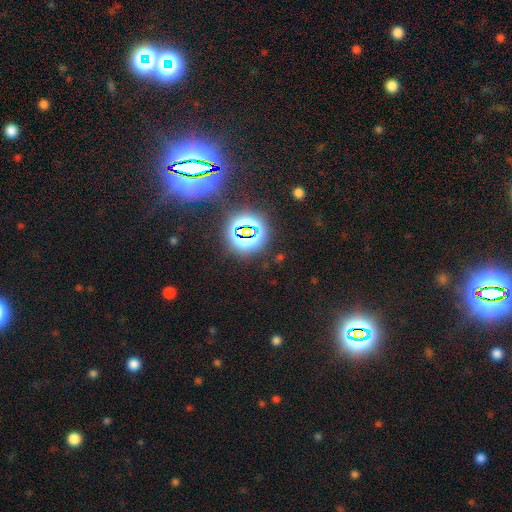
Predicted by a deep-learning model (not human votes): Smooth or featured?
  - star or artifact: 79% *
  - smooth: 14%
  - featured or disk: 7%